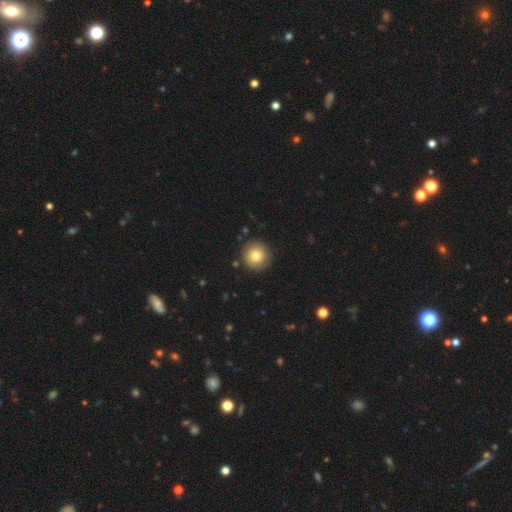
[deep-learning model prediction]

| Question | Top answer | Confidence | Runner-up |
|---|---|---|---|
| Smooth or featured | smooth | 79% | featured or disk (11%) |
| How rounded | round | 96% | in between (3%) |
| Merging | none | 90% | minor disturbance (6%) |